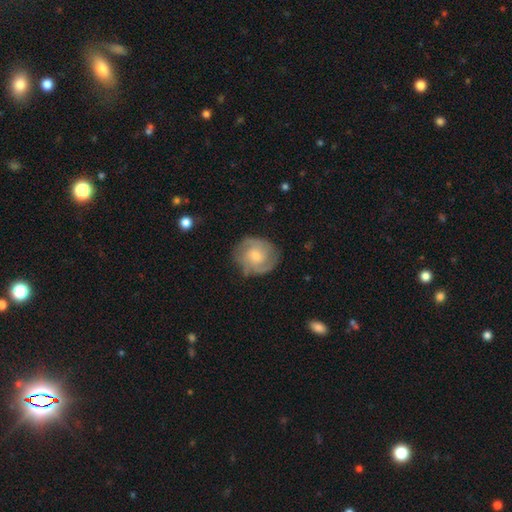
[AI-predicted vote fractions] The model was most divided on "spiral winding": tight: 48%, medium: 40%, loose: 12%. Remaining: edge-on disk — no (98%); spiral arms — yes (91%); merging — none (73%); smooth or featured — featured or disk (71%); bar — no (70%); bulge size — small (57%); spiral arm count — 2 (40%).